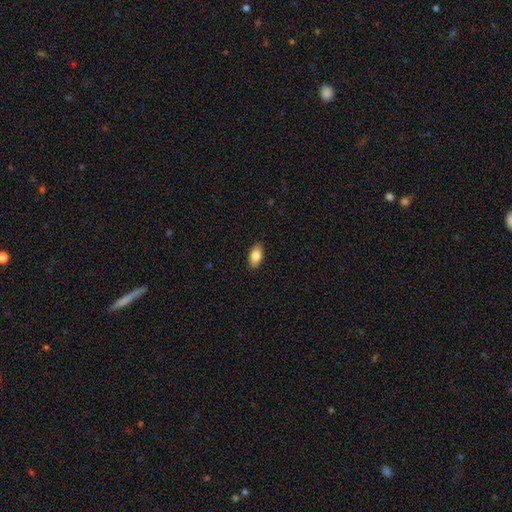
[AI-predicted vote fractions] Overall: smooth (83%). How rounded: in between (91%). Merging: none (89%).